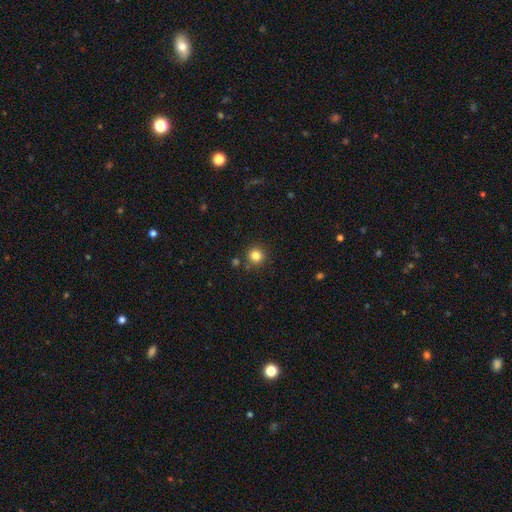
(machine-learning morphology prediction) type=smooth (82%); roundness=round (94%); merging=none (85%).